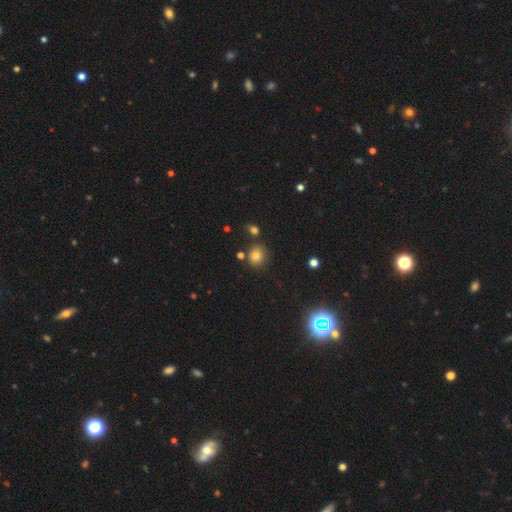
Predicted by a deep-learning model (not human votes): Q: Smooth or featured?
A: smooth (79%); runner-up: star or artifact (13%)
Q: How rounded?
A: round (76%); runner-up: in between (23%)
Q: Merging?
A: none (79%); runner-up: minor disturbance (11%)